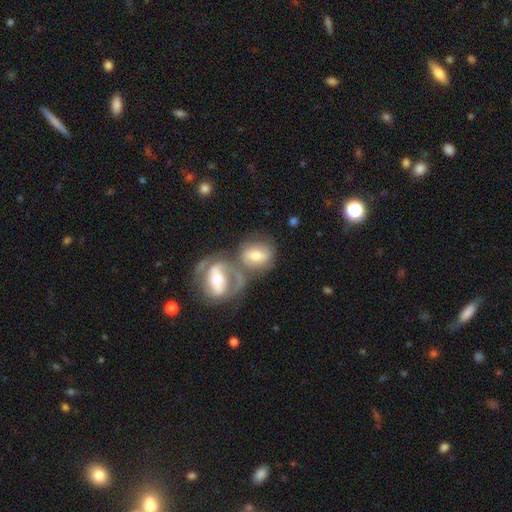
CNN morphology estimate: Smooth or featured?
  - featured or disk: 55% *
  - smooth: 38%
  - star or artifact: 7%
Edge-on disk?
  - no: 94% *
  - yes: 6%
Bar?
  - weak: 39% *
  - strong: 36%
  - no: 24%
Spiral arms?
  - yes: 71% *
  - no: 29%
Bulge size?
  - moderate: 67% *
  - small: 19%
  - large: 10%
  - none: 2%
  - dominant: 1%
Merging?
  - merger: 54% *
  - none: 29%
  - minor disturbance: 10%
  - major disturbance: 7%